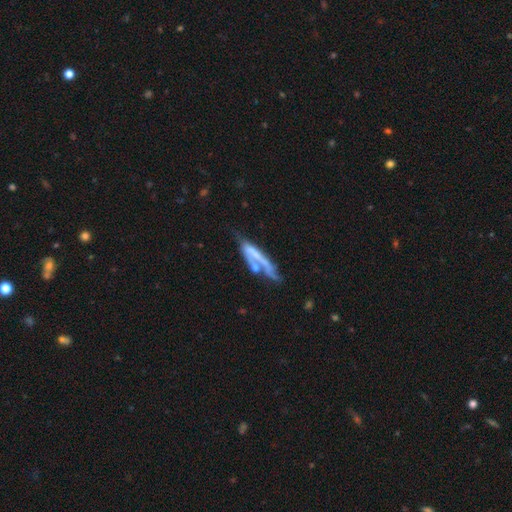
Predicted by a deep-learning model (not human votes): Smooth or featured? featured or disk (56%)
Edge-on disk? no (56%)
Merging? merger (31%)